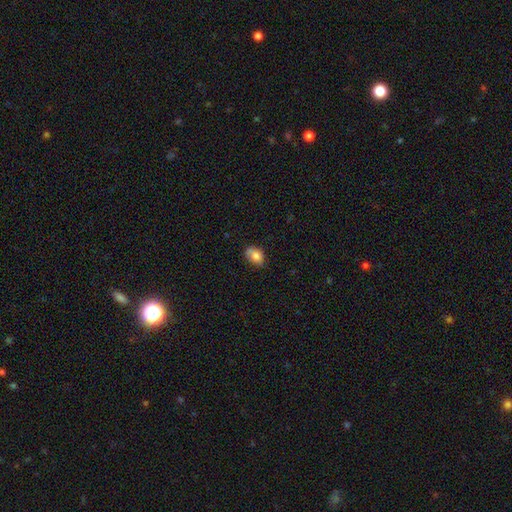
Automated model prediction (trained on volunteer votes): Overall: smooth (84%). How rounded: in between (79%). Merging: none (69%).